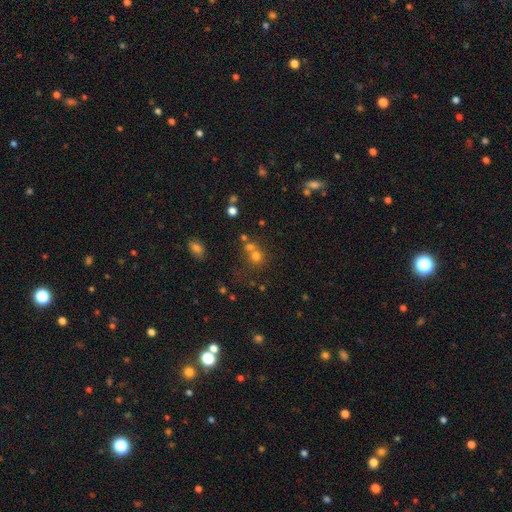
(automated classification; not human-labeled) smooth_or_featured: smooth (p=0.68) [alt: star or artifact p=0.20]
how_rounded: round (p=0.84) [alt: in between p=0.15]
merging: none (p=0.46) [alt: merger p=0.41]